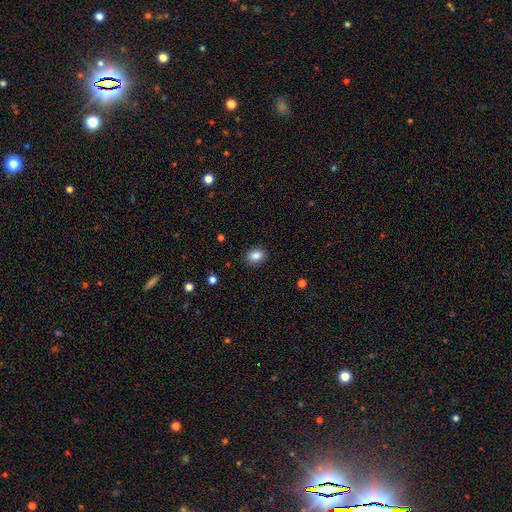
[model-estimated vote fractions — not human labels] Smooth or featured?
  - smooth: 86% *
  - star or artifact: 10%
  - featured or disk: 5%
How rounded?
  - in between: 56% *
  - round: 43%
  - cigar-shaped: 1%
Merging?
  - none: 88% *
  - minor disturbance: 8%
  - major disturbance: 2%
  - merger: 1%